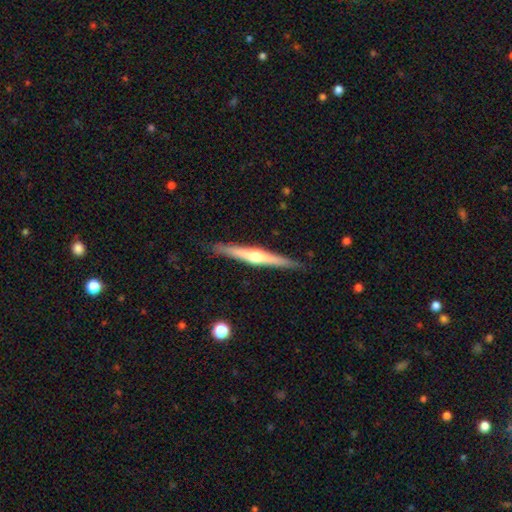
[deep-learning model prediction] Smooth or featured? Predicted: featured or disk (p=0.69). Edge-on disk? Predicted: yes (p=0.98). Edge-on bulge? Predicted: rounded (p=0.87). Merging? Predicted: none (p=0.89).